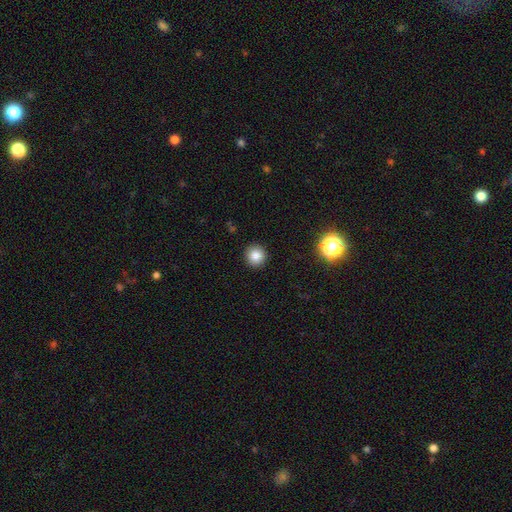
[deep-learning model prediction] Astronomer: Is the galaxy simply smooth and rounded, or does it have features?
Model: smooth — 84%.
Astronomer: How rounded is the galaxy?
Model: round — 92%.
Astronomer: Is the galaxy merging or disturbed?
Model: none — 92%.